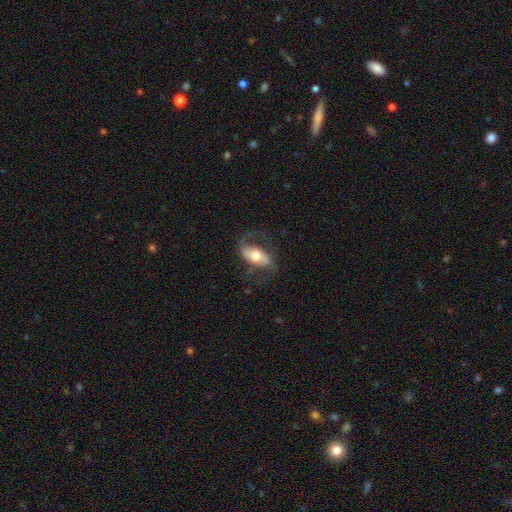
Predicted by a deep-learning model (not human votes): smooth-or-featured: featured or disk: 66% | smooth: 28% | star or artifact: 6%
  disk-edge-on: no: 91% | yes: 9%
    bar: no: 37% | strong: 33% | weak: 30%
    has-spiral-arms: yes: 82% | no: 18%
    bulge-size: moderate: 65% | large: 21% | small: 10% | dominant: 2% | none: 1%
  merging: none: 64% | major disturbance: 17% | minor disturbance: 17% | merger: 2%